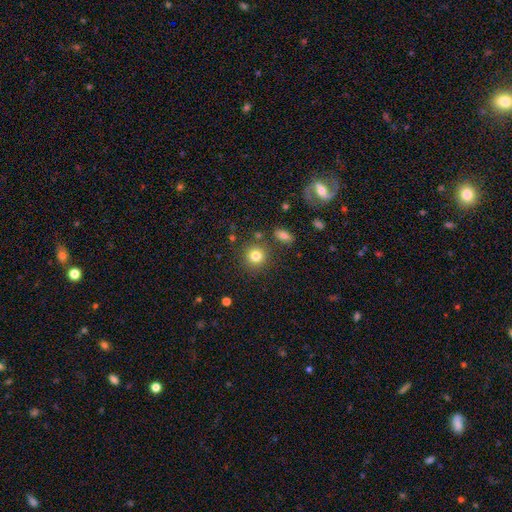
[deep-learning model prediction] The model was most divided on "smooth or featured": smooth: 82%, star or artifact: 11%, featured or disk: 7%. More confident: how rounded — round (90%); merging — none (84%).